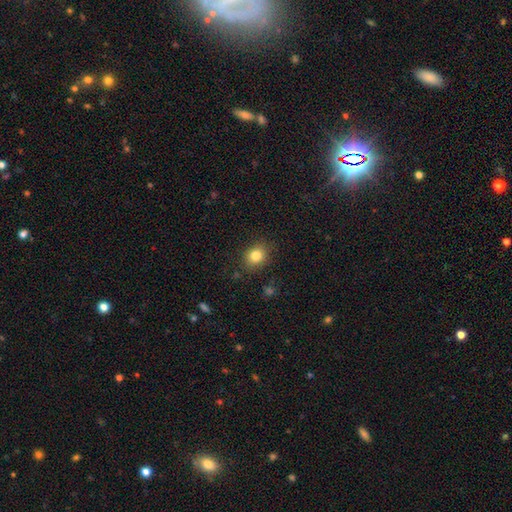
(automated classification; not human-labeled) Overall: smooth (83%). How rounded: round (59%; in between 41%). Merging: none (84%).